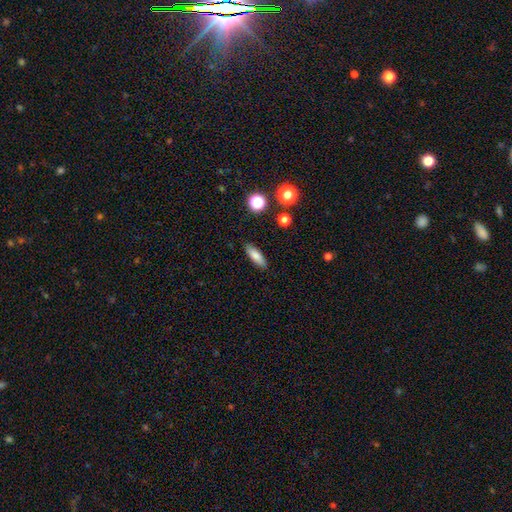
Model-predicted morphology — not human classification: smooth 80%, featured or disk 12%, star or artifact 9%. Down the decision tree: how rounded — in between (49%); merging — none (88%).